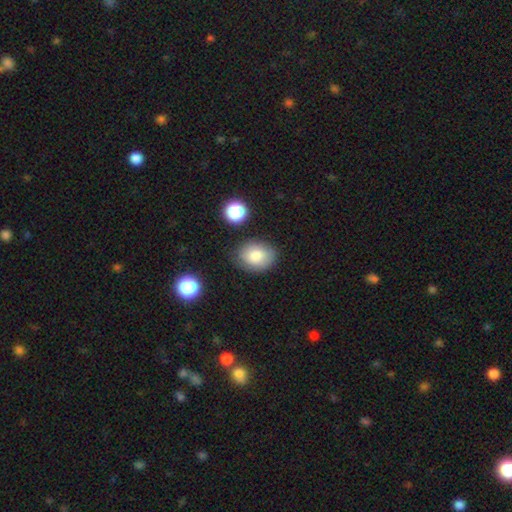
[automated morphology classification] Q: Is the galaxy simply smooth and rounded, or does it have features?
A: smooth — 82%.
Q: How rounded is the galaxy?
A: in between — 58%.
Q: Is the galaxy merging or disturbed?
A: none — 79%.